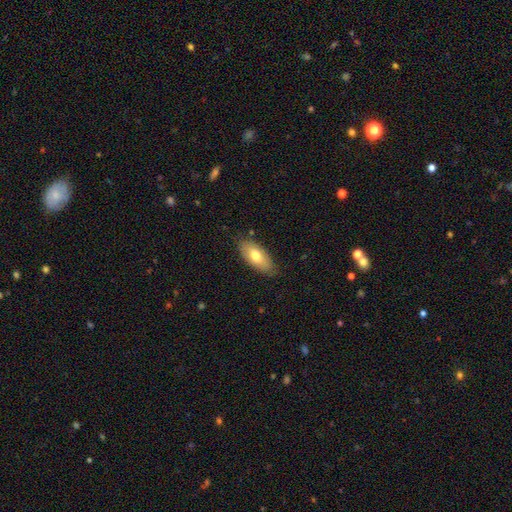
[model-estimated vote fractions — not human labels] smooth-or-featured: smooth: 71% | featured or disk: 22% | star or artifact: 6%
  how-rounded: in between: 87% | cigar-shaped: 11% | round: 3%
  merging: none: 81% | minor disturbance: 15% | major disturbance: 3% | merger: 1%